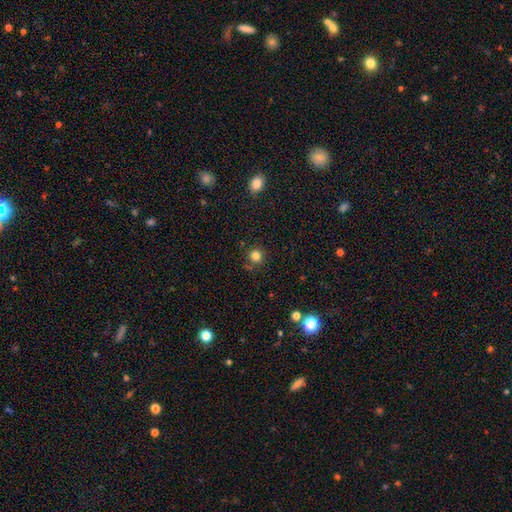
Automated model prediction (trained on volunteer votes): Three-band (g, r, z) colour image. It shows a smooth galaxy with no disk features (80%) that is round (94%). Merging: none (85%).